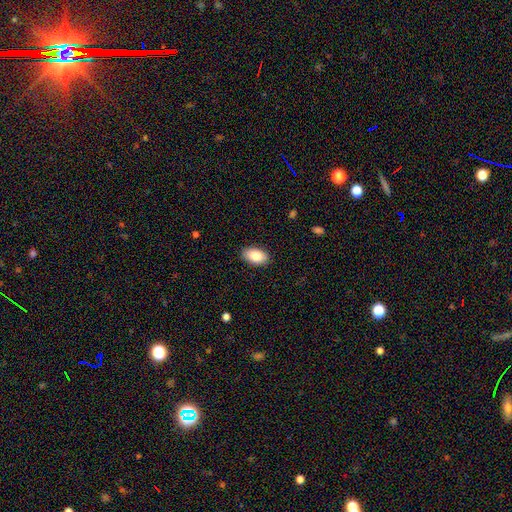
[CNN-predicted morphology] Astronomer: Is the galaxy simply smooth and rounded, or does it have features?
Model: smooth — 87%.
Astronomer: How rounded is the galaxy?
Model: in between — 94%.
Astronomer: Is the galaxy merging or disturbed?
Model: none — 88%.